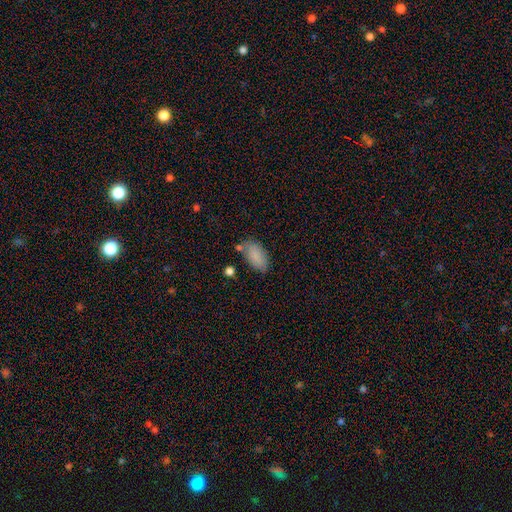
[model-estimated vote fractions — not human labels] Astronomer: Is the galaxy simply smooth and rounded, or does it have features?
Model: smooth — 86%.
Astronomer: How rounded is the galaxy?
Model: in between — 94%.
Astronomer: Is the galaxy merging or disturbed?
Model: none — 68%.